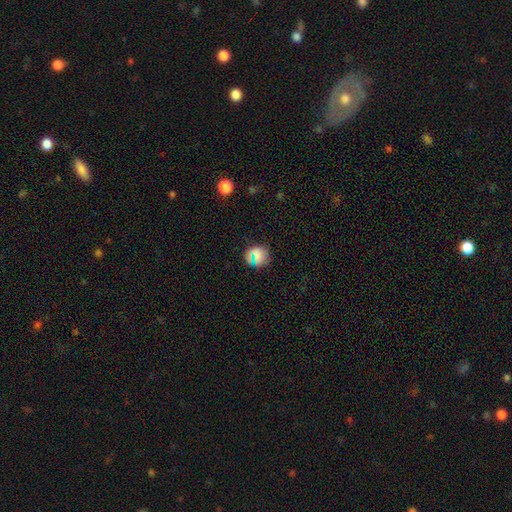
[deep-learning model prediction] Smooth or featured: smooth — 73% (star or artifact — 21%)
How rounded: round — 86% (in between — 12%)
Merging: none — 83% (minor disturbance — 11%)